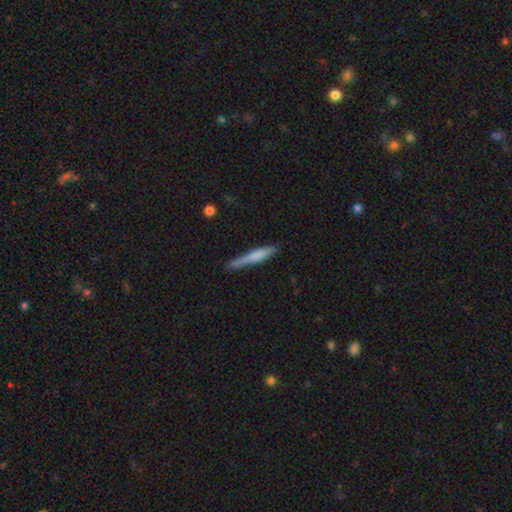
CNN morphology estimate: This is likely a smooth galaxy (61%). How rounded: clearly cigar-shaped (94%). Merging: likely none (71%).